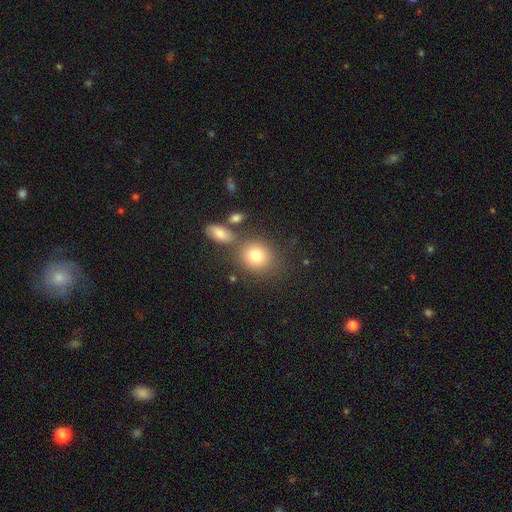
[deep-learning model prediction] A smooth galaxy with no disk features (79%) that is round (76%). Merging: none (70%).